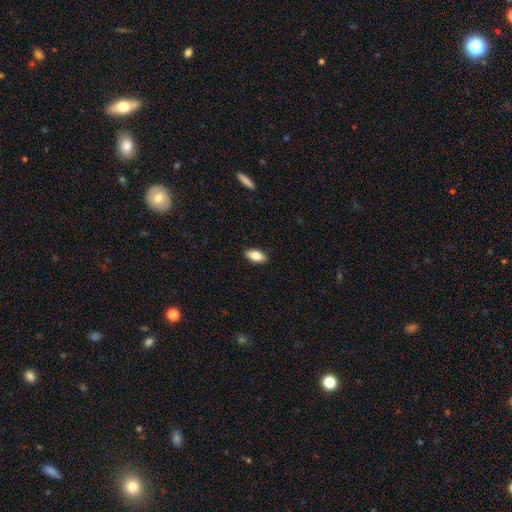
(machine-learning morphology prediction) smooth 82%, featured or disk 12%, star or artifact 7%. Down the decision tree: how rounded — in between (91%); merging — none (90%).